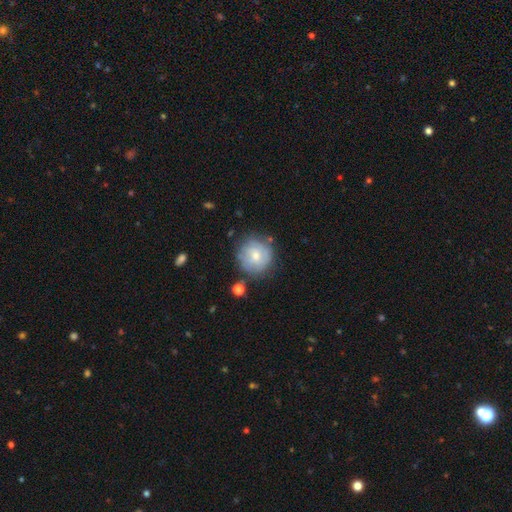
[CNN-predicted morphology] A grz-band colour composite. It shows a featured or disk galaxy (47%). Merging: none (72%).